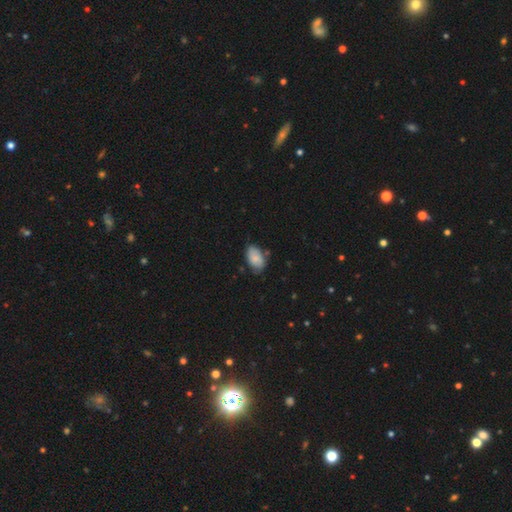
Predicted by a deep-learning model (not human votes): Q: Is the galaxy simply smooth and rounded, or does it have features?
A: smooth — 79%.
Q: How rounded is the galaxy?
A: in between — 92%.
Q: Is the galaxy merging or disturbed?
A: none — 67%.